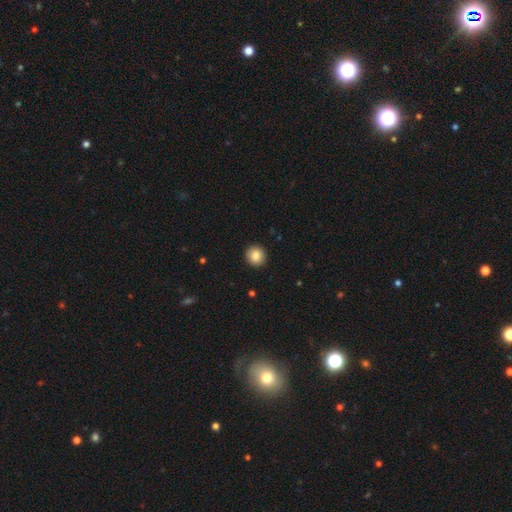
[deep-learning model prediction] smooth_or_featured: smooth (p=0.86) [alt: star or artifact p=0.09]
how_rounded: round (p=0.94) [alt: in between p=0.05]
merging: none (p=0.93) [alt: minor disturbance p=0.05]